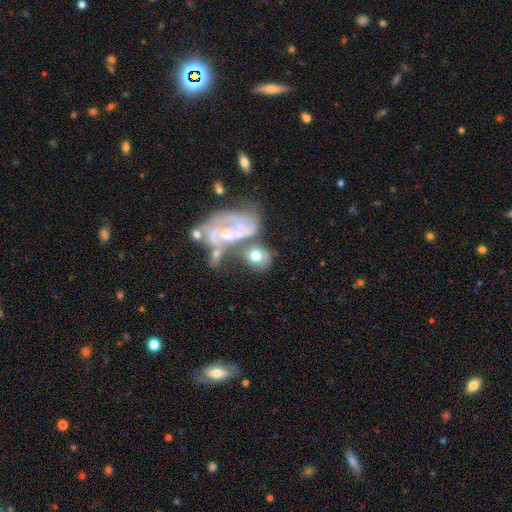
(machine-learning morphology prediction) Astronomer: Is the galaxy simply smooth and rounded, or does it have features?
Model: smooth — 50% (runner-up: featured or disk, 41%).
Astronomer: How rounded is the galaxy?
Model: in between — 50% (runner-up: round, 48%).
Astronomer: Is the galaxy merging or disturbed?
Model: merger — 43% (runner-up: none, 29%).